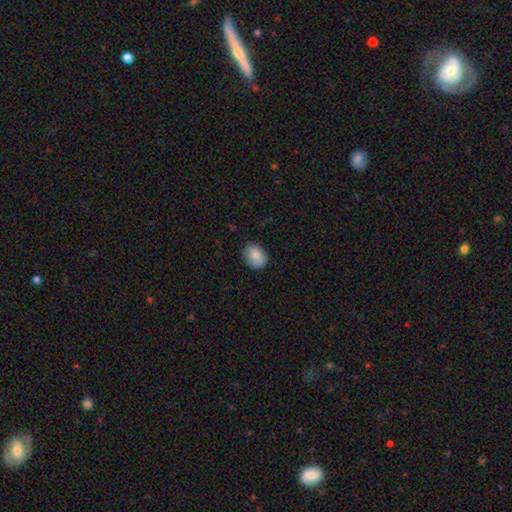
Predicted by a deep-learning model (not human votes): Overall: smooth (85%). How rounded: in between (63%; round 36%). Merging: none (82%).